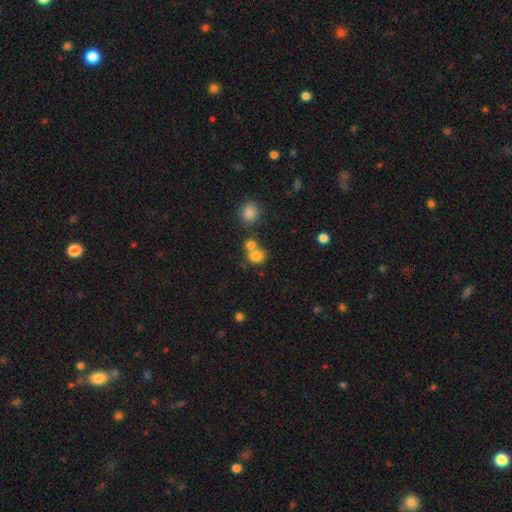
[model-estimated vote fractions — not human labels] Smooth or featured? smooth (78%)
How rounded? round (64%)
Merging? merger (48%)